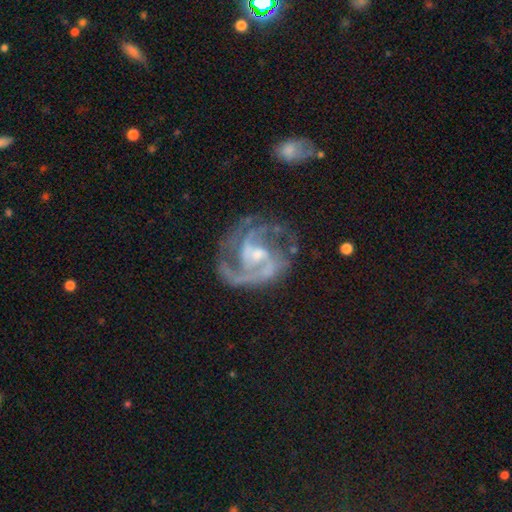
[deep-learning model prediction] Morphology: type=featured or disk (92%); edge-on=no (98%); bar=weak (50%); spiral arms=yes (98%); winding=medium (58%); arm count=2 (63%); bulge=small (47%); merging=none (67%).